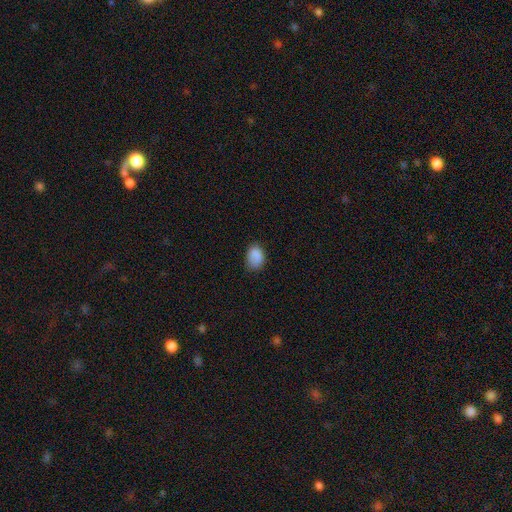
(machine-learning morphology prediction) smooth_or_featured: smooth (p=0.86) [alt: star or artifact p=0.09]
how_rounded: in between (p=0.79) [alt: round p=0.20]
merging: none (p=0.69) [alt: minor disturbance p=0.24]